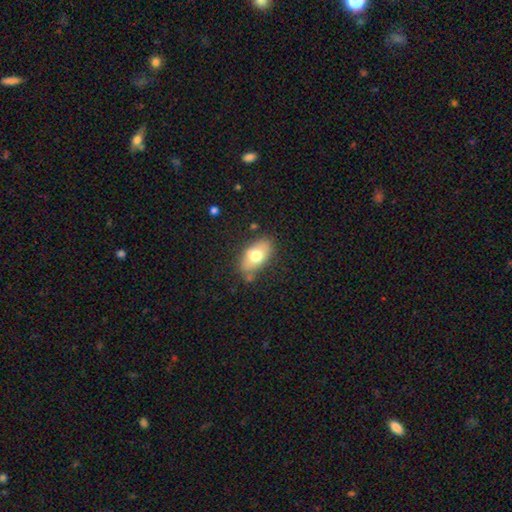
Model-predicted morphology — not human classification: Smooth or featured: smooth — 70% (featured or disk — 23%)
How rounded: in between — 90% (round — 7%)
Merging: none — 72% (minor disturbance — 19%)